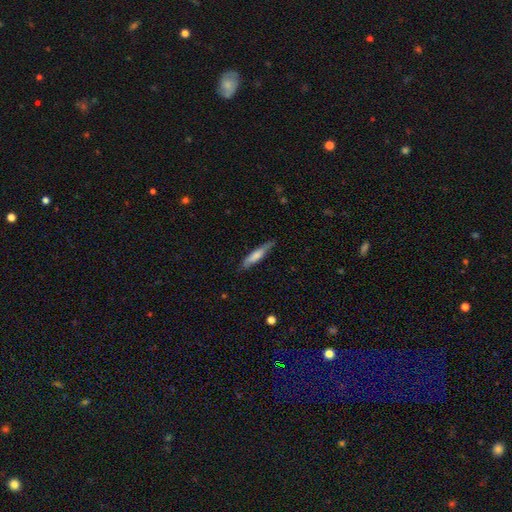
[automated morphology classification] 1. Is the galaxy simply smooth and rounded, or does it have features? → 65% smooth, 29% featured or disk, 5% star or artifact.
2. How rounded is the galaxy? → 86% cigar-shaped, 13% in between, 1% round.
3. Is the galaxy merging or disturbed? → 78% none, 17% minor disturbance, 3% major disturbance, 1% merger.